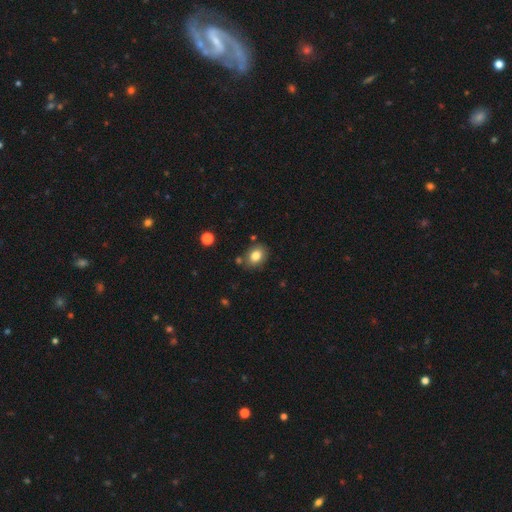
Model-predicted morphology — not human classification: Smooth or featured?
  - smooth: 82% *
  - star or artifact: 10%
  - featured or disk: 9%
How rounded?
  - in between: 61% *
  - round: 38%
  - cigar-shaped: 1%
Merging?
  - none: 78% *
  - minor disturbance: 13%
  - merger: 6%
  - major disturbance: 3%